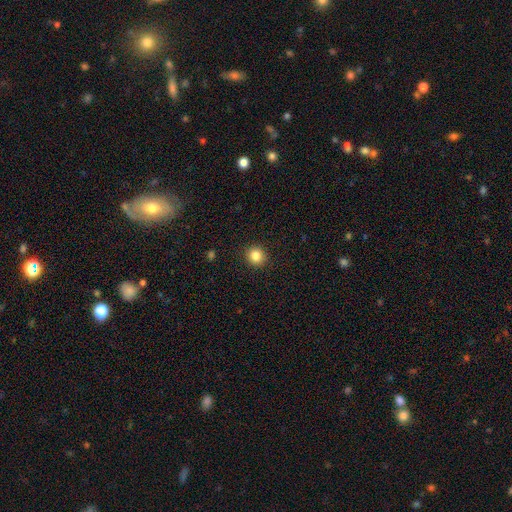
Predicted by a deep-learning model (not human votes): Smooth or featured?
  - smooth: 84% *
  - star or artifact: 11%
  - featured or disk: 5%
How rounded?
  - round: 90% *
  - in between: 9%
  - cigar-shaped: 1%
Merging?
  - none: 92% *
  - minor disturbance: 5%
  - major disturbance: 2%
  - merger: 1%